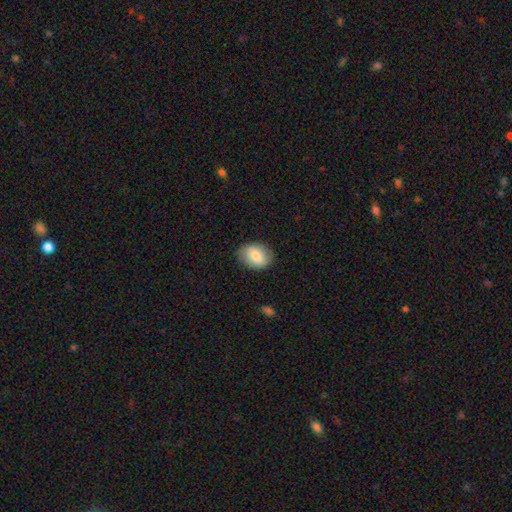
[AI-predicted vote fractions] Morphology: type=smooth (73%); roundness=in between (69%); merging=none (82%).